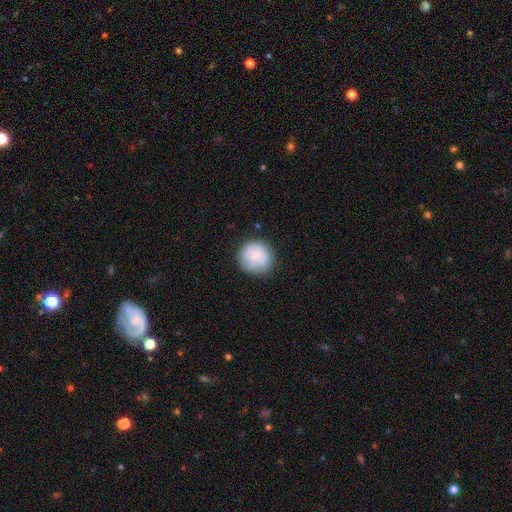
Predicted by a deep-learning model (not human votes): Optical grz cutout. It shows a smooth galaxy with no disk features (68%) that is round (92%). Merging: none (76%).